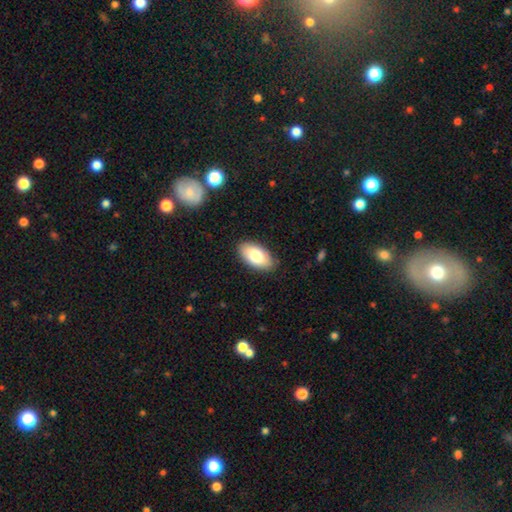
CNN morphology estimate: This is likely a smooth galaxy (80%). How rounded: clearly in between (94%). Merging: clearly none (87%).